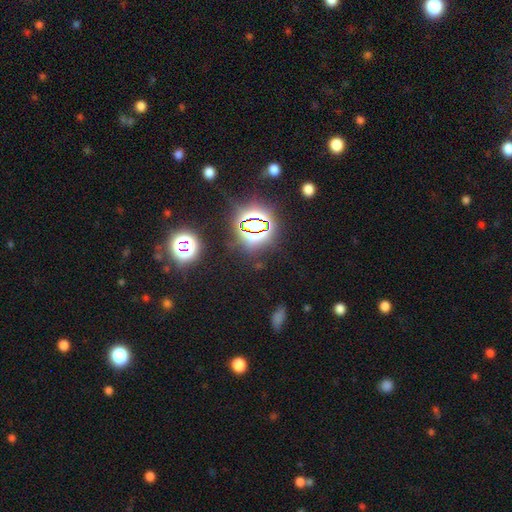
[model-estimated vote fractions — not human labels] A star or artifact, not a galaxy (81%).